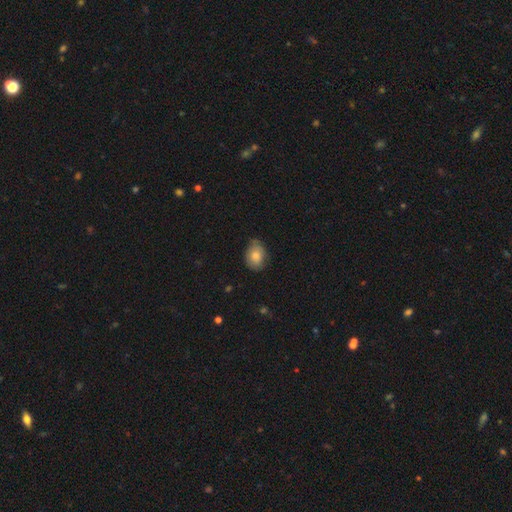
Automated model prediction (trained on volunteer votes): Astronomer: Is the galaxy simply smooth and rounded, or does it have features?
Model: smooth — 80%.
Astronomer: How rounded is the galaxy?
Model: in between — 73%.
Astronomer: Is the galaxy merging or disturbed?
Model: none — 68%.